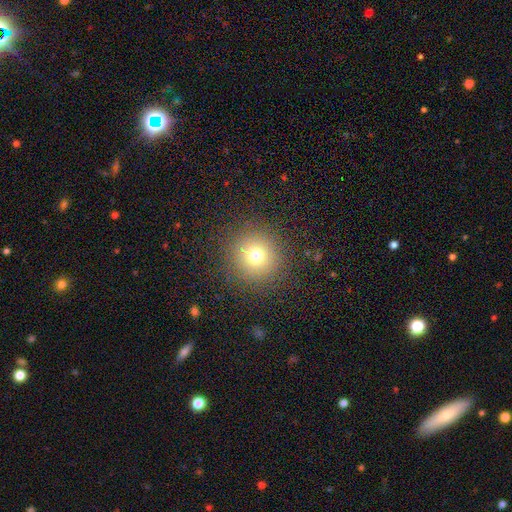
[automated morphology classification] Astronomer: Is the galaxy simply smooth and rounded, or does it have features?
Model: smooth — 69%.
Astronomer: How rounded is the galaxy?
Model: round — 95%.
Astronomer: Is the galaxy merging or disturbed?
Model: none — 87%.